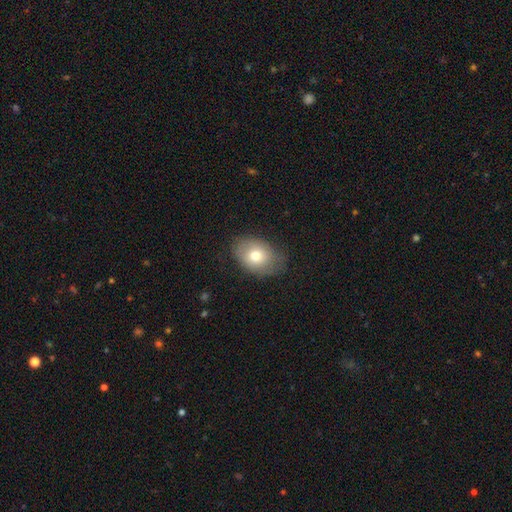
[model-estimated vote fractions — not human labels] Smooth or featured? Predicted: smooth (p=0.74). How rounded? Predicted: in between (p=0.74). Merging? Predicted: none (p=0.72).